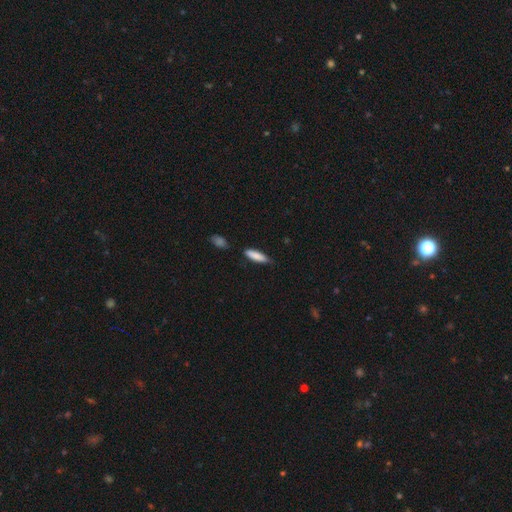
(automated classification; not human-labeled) A smooth galaxy with no disk features (84%) that is cigar-shaped (63%). Merging: none (78%).